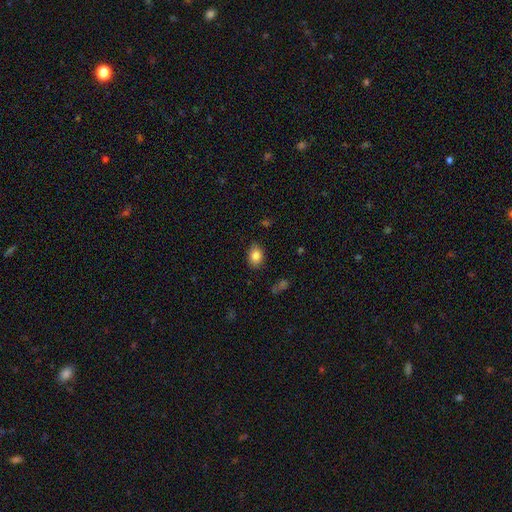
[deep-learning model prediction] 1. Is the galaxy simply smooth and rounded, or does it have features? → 84% smooth, 9% star or artifact, 7% featured or disk.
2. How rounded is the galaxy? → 73% in between, 26% round, 1% cigar-shaped.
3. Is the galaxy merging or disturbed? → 83% none, 13% minor disturbance, 3% major disturbance, 1% merger.